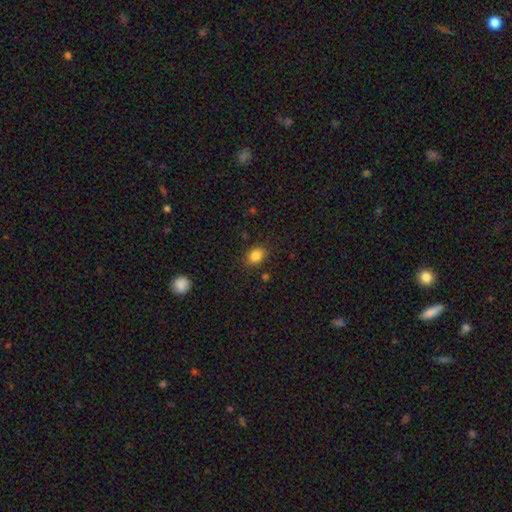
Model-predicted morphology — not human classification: type=smooth (84%); roundness=in between (58%); merging=none (83%).